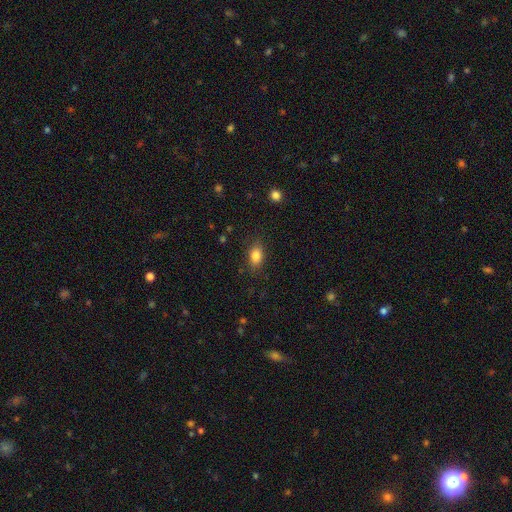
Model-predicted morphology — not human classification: type=smooth (84%); roundness=in between (82%); merging=none (83%).